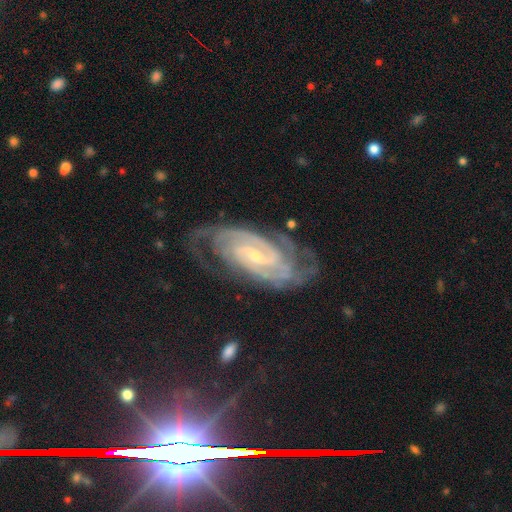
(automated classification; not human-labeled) smooth-or-featured: featured or disk: 90% | star or artifact: 6% | smooth: 4%
  disk-edge-on: no: 96% | yes: 4%
    bar: weak: 45% | strong: 34% | no: 22%
    has-spiral-arms: yes: 99% | no: 1%
      spiral-winding: tight: 74% | medium: 22% | loose: 4%
      spiral-arm-count: 2: 58% | 3: 13% | can't tell: 12% | 4: 7% | more than 4: 5% | 1: 5%
    bulge-size: small: 67% | moderate: 28% | none: 3% | large: 1% | dominant: 1%
  merging: none: 75% | minor disturbance: 17% | major disturbance: 6% | merger: 2%